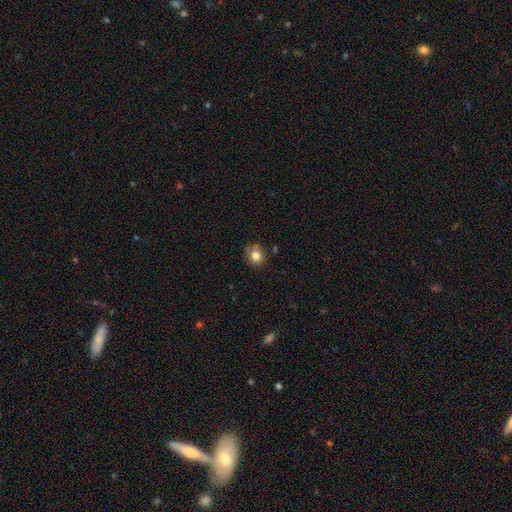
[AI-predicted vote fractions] This is likely a smooth galaxy (80%). How rounded: likely round (74%). Merging: likely none (72%).